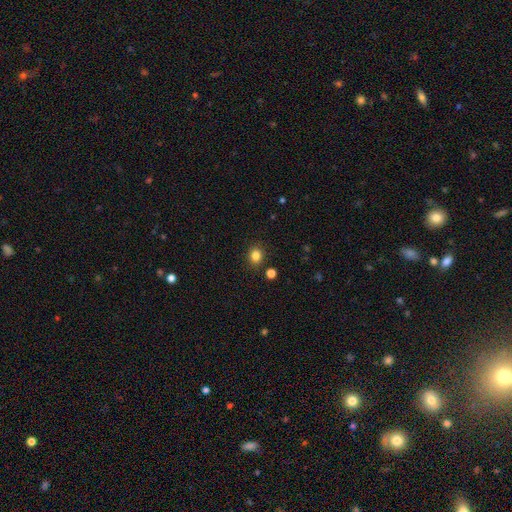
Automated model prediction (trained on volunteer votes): smooth 83%, star or artifact 12%, featured or disk 5%. Down the decision tree: how rounded — round (71%); merging — none (87%).